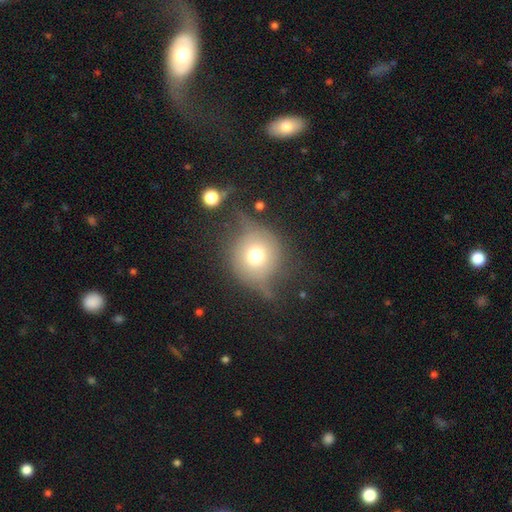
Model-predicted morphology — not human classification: A smooth galaxy with no disk features (58%) that is round (87%). Merging: none (48%).